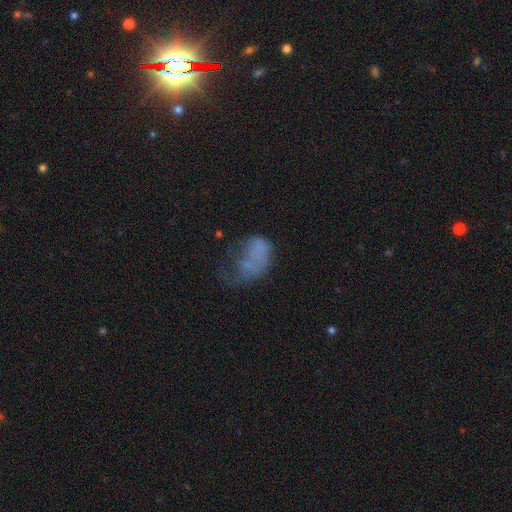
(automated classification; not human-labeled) A smooth galaxy with no disk features (50%).

Vote fractions:
- Smooth or featured? smooth: 50% / featured or disk: 34% / star or artifact: 16%
- Merging? major disturbance: 47% / none: 23% / minor disturbance: 20% / merger: 10%